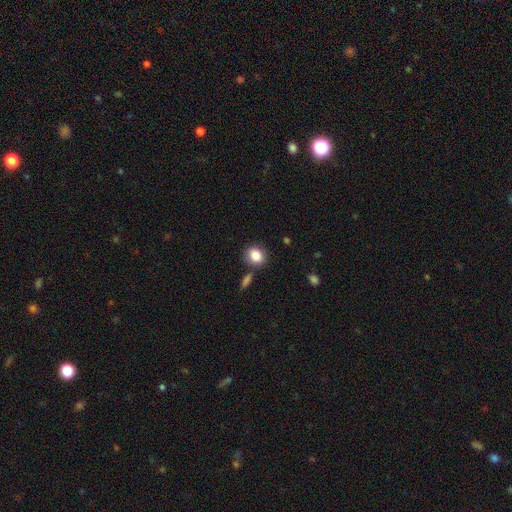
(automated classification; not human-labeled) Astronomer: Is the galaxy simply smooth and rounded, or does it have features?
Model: smooth — 85%.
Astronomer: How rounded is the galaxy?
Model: round — 60% (runner-up: in between, 39%).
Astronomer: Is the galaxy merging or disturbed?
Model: none — 75%.